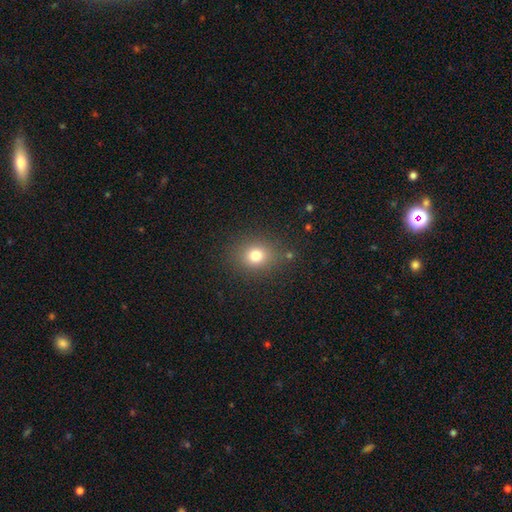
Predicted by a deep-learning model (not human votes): Smooth or featured? Predicted: smooth (p=0.77). How rounded? Predicted: round (p=0.66). Merging? Predicted: none (p=0.85).